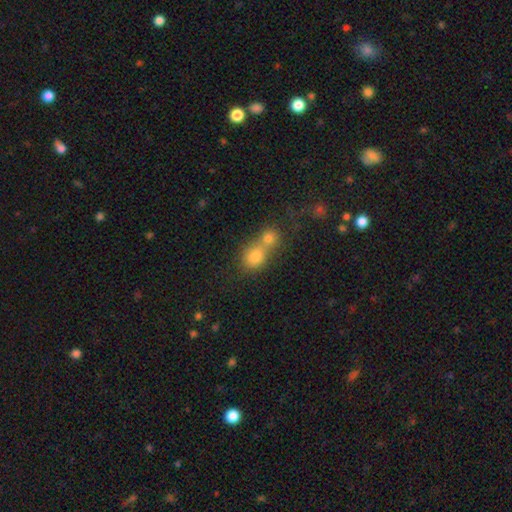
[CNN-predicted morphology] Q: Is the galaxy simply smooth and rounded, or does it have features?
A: smooth — 76%.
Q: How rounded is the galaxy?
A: round — 67%.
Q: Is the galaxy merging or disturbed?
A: merger — 61%.